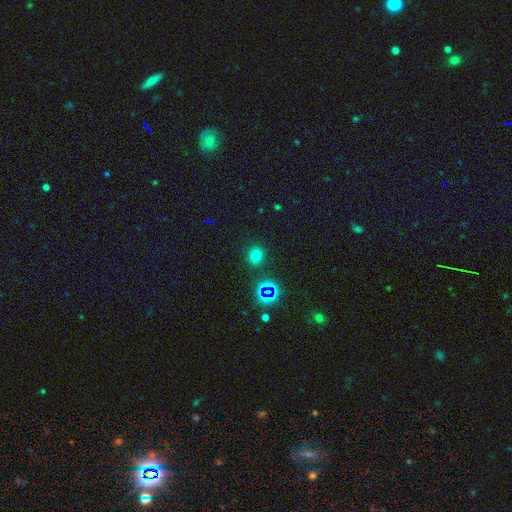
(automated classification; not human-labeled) A smooth galaxy with no disk features (68%) that is round (80%).

Vote fractions:
- Smooth or featured? smooth: 68% / star or artifact: 24% / featured or disk: 7%
- How rounded? round: 80% / in between: 19% / cigar-shaped: 1%
- Merging? none: 87% / minor disturbance: 8% / major disturbance: 3% / merger: 3%